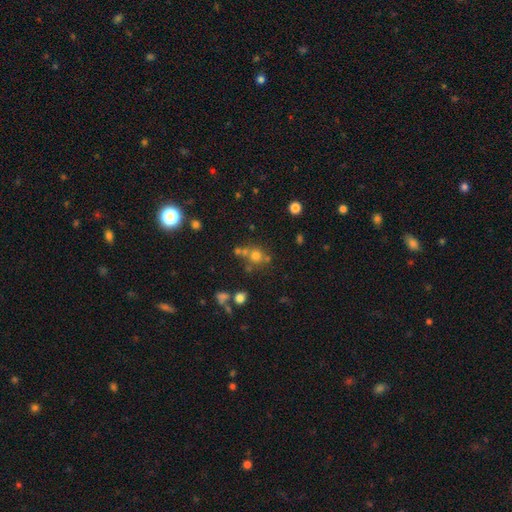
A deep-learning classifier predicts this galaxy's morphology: Smooth or featured? smooth (65%)
How rounded? round (87%)
Merging? none (58%)